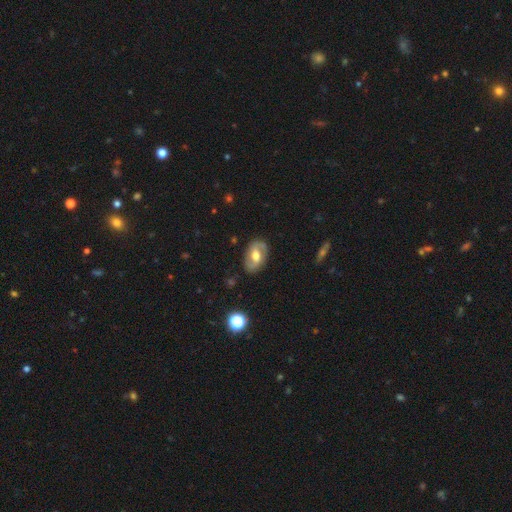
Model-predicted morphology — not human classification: Smooth or featured: featured or disk — 71% (smooth — 22%)
Edge-on disk: no — 95% (yes — 5%)
Bar: weak — 47% (no — 29%)
Spiral arms: yes — 82% (no — 18%)
Spiral winding: medium — 46% (loose — 30%)
Spiral arm count: 2 — 88% (can't tell — 7%)
Bulge size: moderate — 70% (large — 15%)
Merging: none — 82% (minor disturbance — 13%)